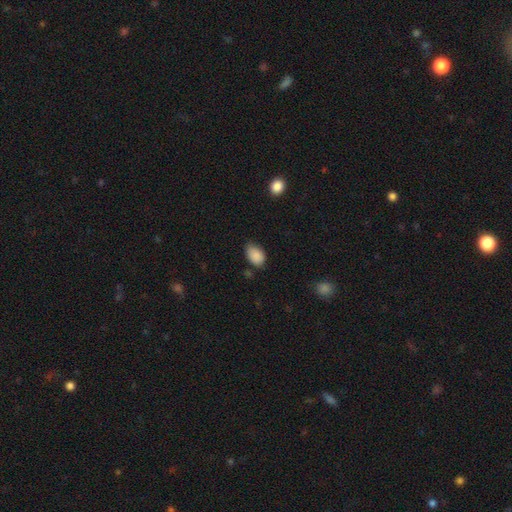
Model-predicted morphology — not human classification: type=smooth (88%); roundness=in between (86%); merging=none (62%).